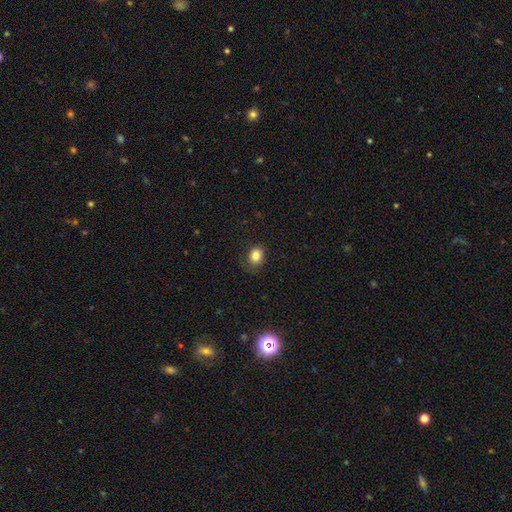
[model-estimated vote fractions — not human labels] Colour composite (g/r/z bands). It shows a smooth galaxy with no disk features (83%) that is round (55%). Merging: none (75%).